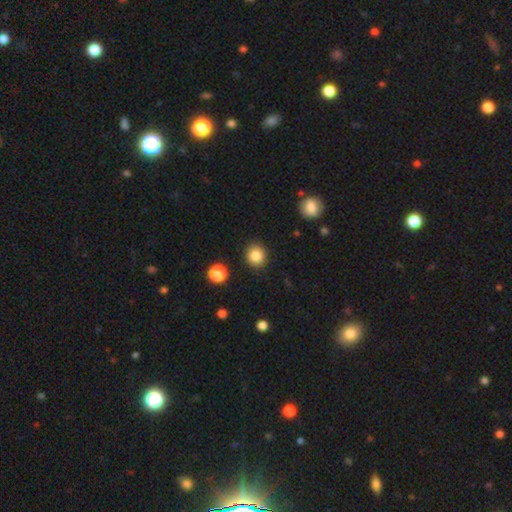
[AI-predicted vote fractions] Morphology: type=smooth (85%); roundness=round (81%); merging=none (89%).